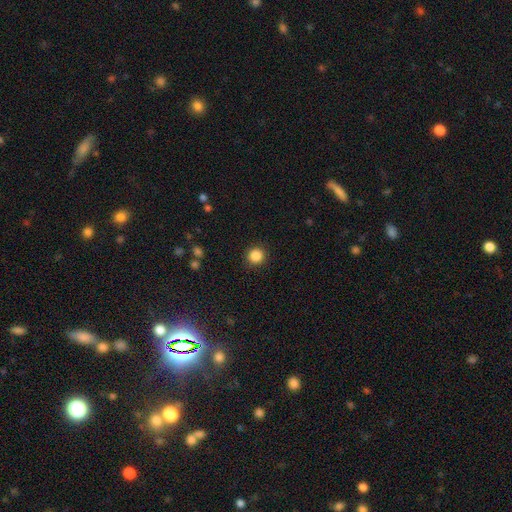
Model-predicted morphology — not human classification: type=smooth (87%); roundness=round (94%); merging=none (91%).